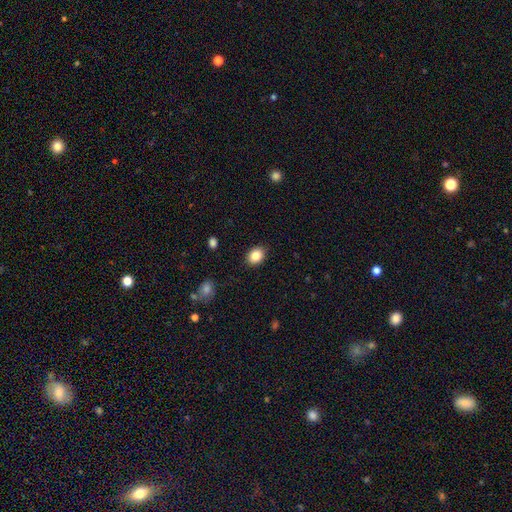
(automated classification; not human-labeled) This appears to be a smooth galaxy with no disk features (86%) that is in between round and cigar-shaped (63%). Merging: none (88%).